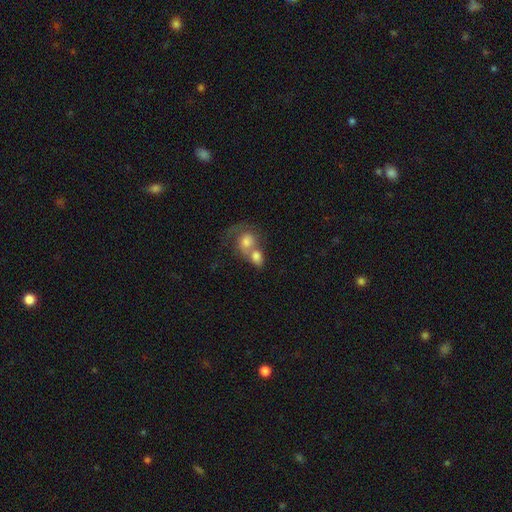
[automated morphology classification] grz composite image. It shows a smooth galaxy with no disk features (69%) that is in between round and cigar-shaped (49%, tied with round). Merging: merger (73%).